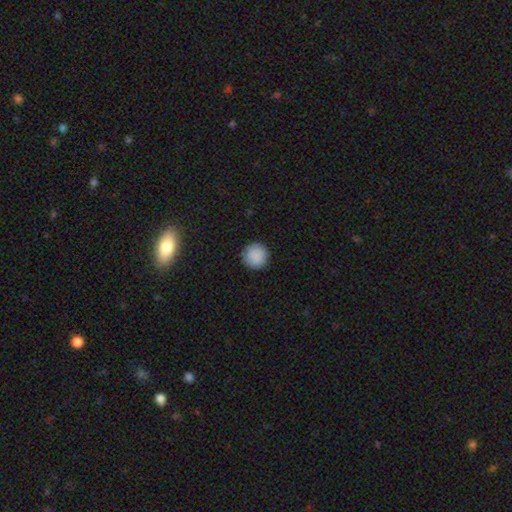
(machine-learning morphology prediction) This appears to be a smooth galaxy with no disk features (89%) that is round (96%). Merging: none (91%).